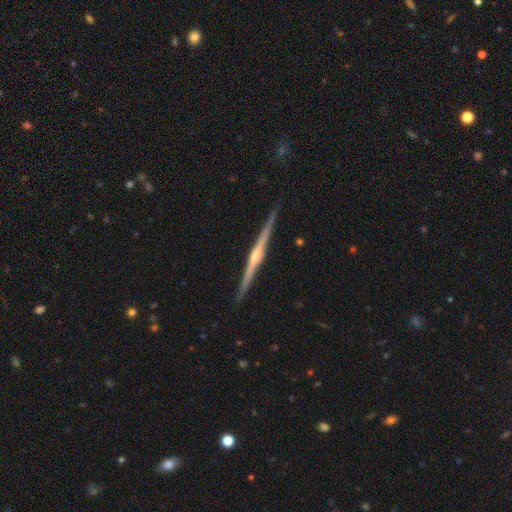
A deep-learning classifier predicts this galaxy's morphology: A featured or disk galaxy (85%) viewed edge-on (99%) with a rounded central bulge (79%).

Vote fractions:
- Smooth or featured? featured or disk: 85% / smooth: 10% / star or artifact: 5%
- Edge-on disk? yes: 99% / no: 1%
- Edge-on bulge? rounded: 79% / none: 13% / boxy: 8%
- Merging? none: 92% / minor disturbance: 6% / major disturbance: 1% / merger: 1%